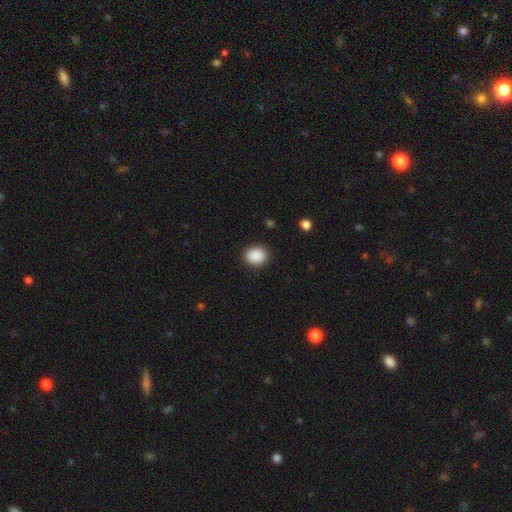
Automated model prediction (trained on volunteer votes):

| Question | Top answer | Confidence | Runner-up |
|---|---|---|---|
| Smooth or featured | smooth | 89% | star or artifact (8%) |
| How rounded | round | 61% | in between (38%) |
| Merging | none | 90% | minor disturbance (7%) |